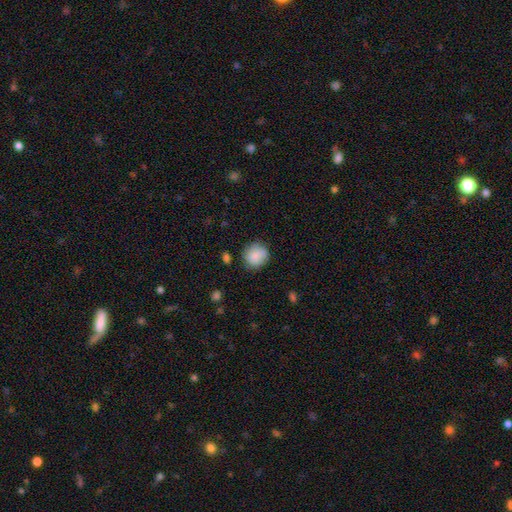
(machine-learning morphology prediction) smooth 85%, featured or disk 8%, star or artifact 7%. Down the decision tree: how rounded — round (84%); merging — none (78%).